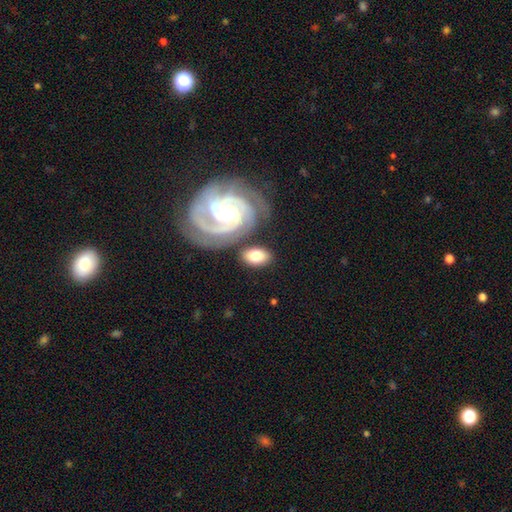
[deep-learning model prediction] Q: Smooth or featured?
A: smooth (58%); runner-up: featured or disk (36%)
Q: How rounded?
A: in between (90%); runner-up: round (8%)
Q: Merging?
A: none (69%); runner-up: minor disturbance (15%)